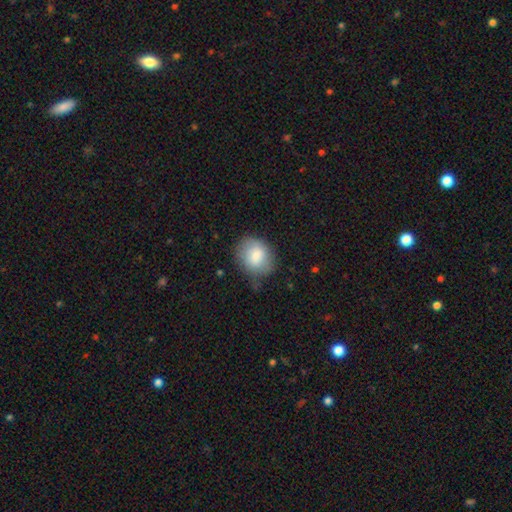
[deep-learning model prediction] This appears to be a smooth galaxy with no disk features (80%) that is round (59%). Merging: none (57%).